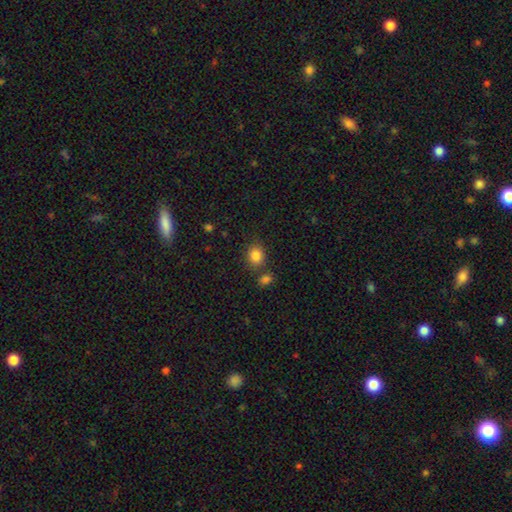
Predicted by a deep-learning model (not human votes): Smooth or featured: smooth — 84% (star or artifact — 11%)
How rounded: round — 71% (in between — 28%)
Merging: none — 73% (merger — 12%)